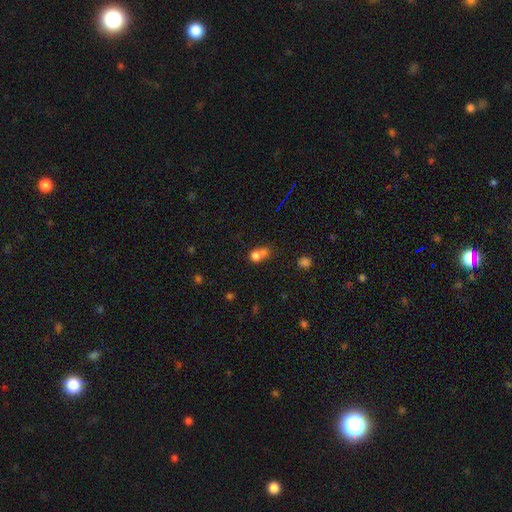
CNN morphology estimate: Q: Smooth or featured?
A: smooth (73%); runner-up: star or artifact (16%)
Q: How rounded?
A: round (78%); runner-up: in between (21%)
Q: Merging?
A: merger (55%); runner-up: none (35%)